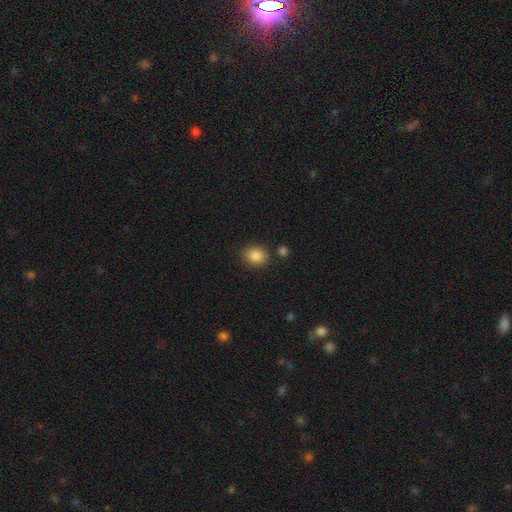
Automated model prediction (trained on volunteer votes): A smooth galaxy with no disk features (86%) that is round (68%).

Vote fractions:
- Smooth or featured? smooth: 86% / star or artifact: 9% / featured or disk: 5%
- How rounded? round: 68% / in between: 31% / cigar-shaped: 1%
- Merging? none: 83% / minor disturbance: 9% / merger: 5% / major disturbance: 3%